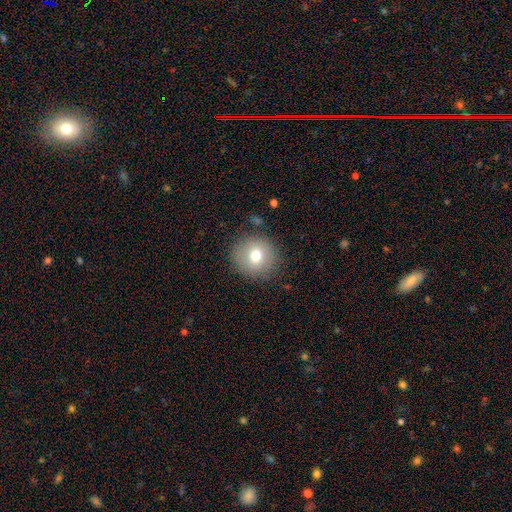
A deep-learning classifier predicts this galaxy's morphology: A smooth galaxy with no disk features (73%) that is round (93%).

Vote fractions:
- Smooth or featured? smooth: 73% / featured or disk: 16% / star or artifact: 12%
- How rounded? round: 93% / in between: 6% / cigar-shaped: 1%
- Merging? none: 86% / minor disturbance: 9% / major disturbance: 3% / merger: 2%